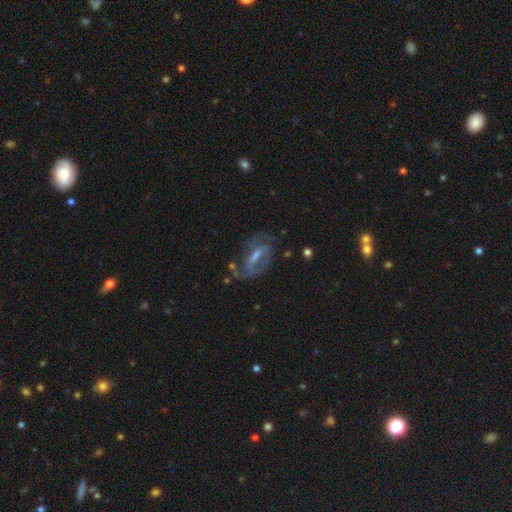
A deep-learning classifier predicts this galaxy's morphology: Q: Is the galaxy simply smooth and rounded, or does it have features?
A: featured or disk — 68%.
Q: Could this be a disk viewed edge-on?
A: no — 86%.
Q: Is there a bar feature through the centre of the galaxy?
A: weak — 41%.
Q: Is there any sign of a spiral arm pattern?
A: yes — 69%.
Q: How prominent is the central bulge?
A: moderate — 40%.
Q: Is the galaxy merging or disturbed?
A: none — 57%.